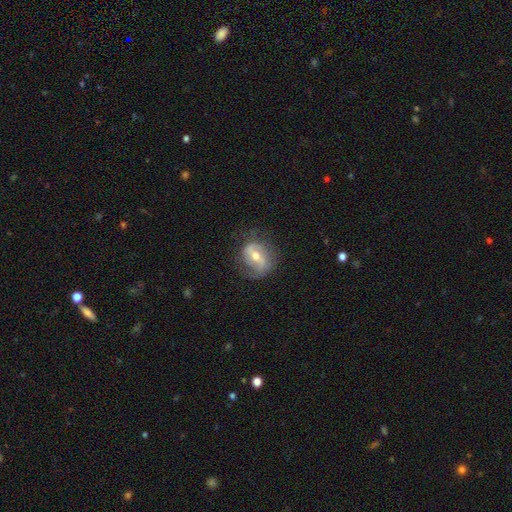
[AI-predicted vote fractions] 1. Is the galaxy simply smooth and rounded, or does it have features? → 69% featured or disk, 24% smooth, 7% star or artifact.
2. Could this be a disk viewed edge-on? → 95% no, 5% yes.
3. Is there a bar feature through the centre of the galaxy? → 41% weak, 40% strong, 20% no.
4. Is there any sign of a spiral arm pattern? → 72% yes, 28% no.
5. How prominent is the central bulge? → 70% moderate, 23% small, 5% large, 1% none, 1% dominant.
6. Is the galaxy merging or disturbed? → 66% none, 21% minor disturbance, 12% major disturbance, 1% merger.